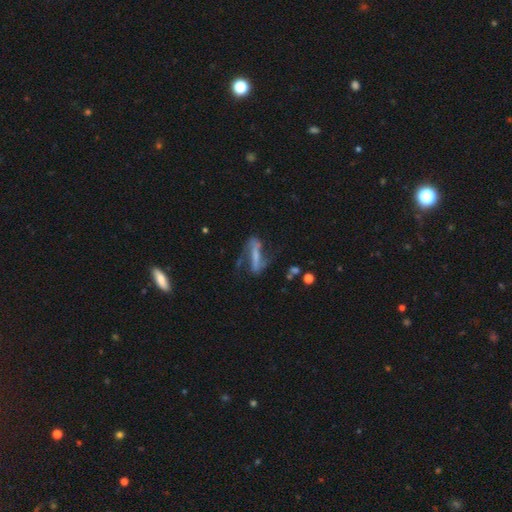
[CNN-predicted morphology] Q: Smooth or featured?
A: featured or disk (68%); runner-up: smooth (23%)
Q: Edge-on disk?
A: no (79%); runner-up: yes (21%)
Q: Bar?
A: strong (64%); runner-up: weak (20%)
Q: Spiral arms?
A: yes (79%); runner-up: no (21%)
Q: Bulge size?
A: none (45%); runner-up: small (29%)
Q: Merging?
A: none (48%); runner-up: major disturbance (26%)